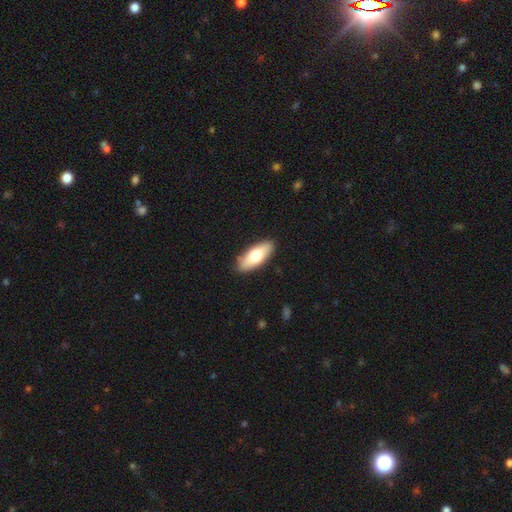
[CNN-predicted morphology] smooth-or-featured: smooth: 70% | featured or disk: 25% | star or artifact: 5%
  how-rounded: in between: 74% | cigar-shaped: 24% | round: 2%
  merging: none: 89% | minor disturbance: 9% | major disturbance: 2% | merger: 1%